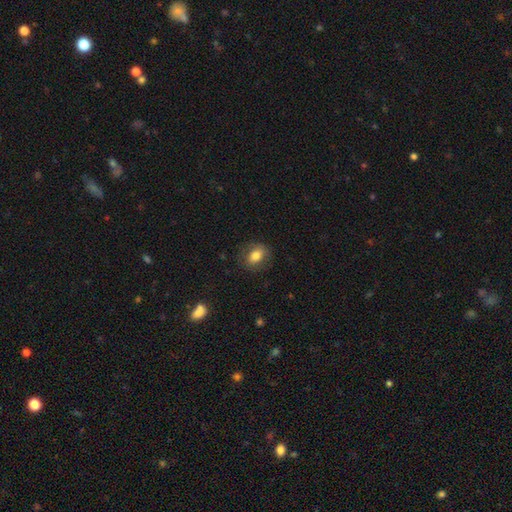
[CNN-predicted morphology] This is likely a smooth galaxy (77%). How rounded: likely in between (68%). Merging: clearly none (81%).